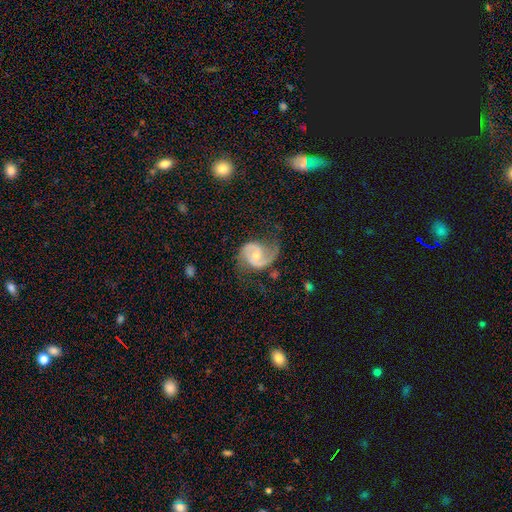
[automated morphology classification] smooth-or-featured: featured or disk: 86% | smooth: 9% | star or artifact: 5%
  disk-edge-on: no: 98% | yes: 2%
    bar: no: 50% | weak: 39% | strong: 11%
    has-spiral-arms: yes: 96% | no: 4%
      spiral-winding: medium: 50% | loose: 30% | tight: 20%
      spiral-arm-count: 2: 81% | 1: 12% | can't tell: 4% | 3: 1% | 4: 1% | more than 4: 1%
    bulge-size: moderate: 60% | small: 35% | large: 3% | none: 1% | dominant: 1%
  merging: none: 56% | minor disturbance: 25% | major disturbance: 17% | merger: 2%